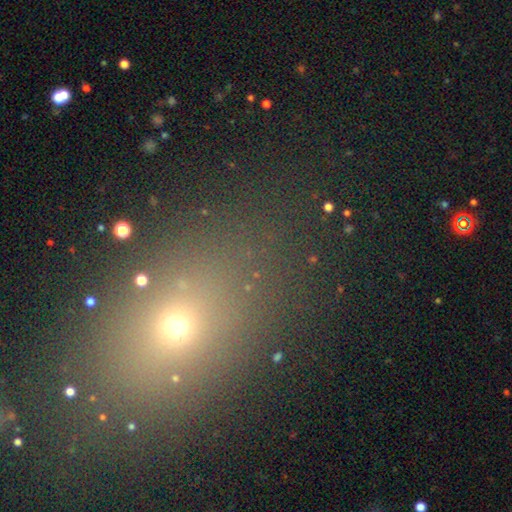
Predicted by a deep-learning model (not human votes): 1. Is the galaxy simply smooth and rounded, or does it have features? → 50% smooth, 39% star or artifact, 12% featured or disk.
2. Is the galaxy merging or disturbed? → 82% none, 9% minor disturbance, 5% major disturbance, 4% merger.